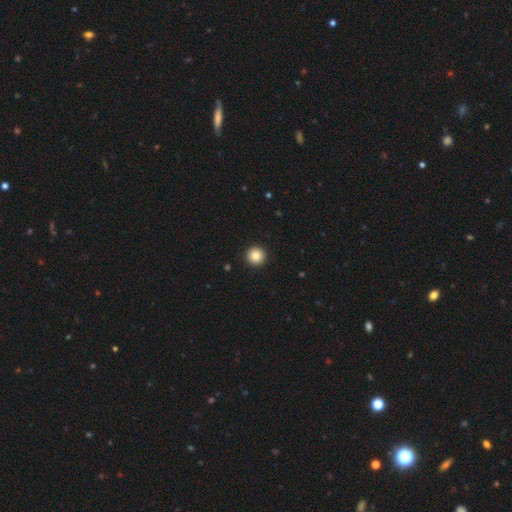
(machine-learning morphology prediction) Smooth or featured: smooth — 86% (star or artifact — 9%)
How rounded: round — 96% (in between — 3%)
Merging: none — 94% (minor disturbance — 4%)